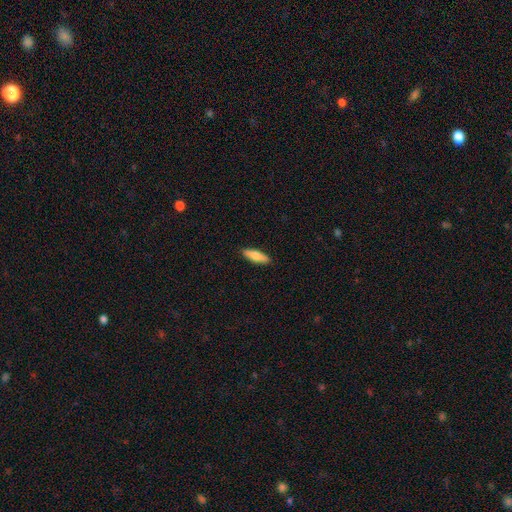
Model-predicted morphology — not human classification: A smooth galaxy with no disk features (76%) that is cigar-shaped (51%).

Vote fractions:
- Smooth or featured? smooth: 76% / featured or disk: 18% / star or artifact: 6%
- How rounded? cigar-shaped: 51% / in between: 47% / round: 2%
- Merging? none: 90% / minor disturbance: 8% / major disturbance: 2% / merger: 1%